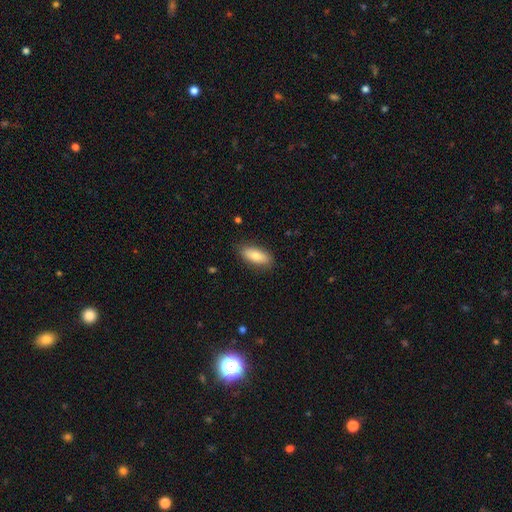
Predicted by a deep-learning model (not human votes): Overall: smooth (81%). How rounded: in between (79%). Merging: none (85%).